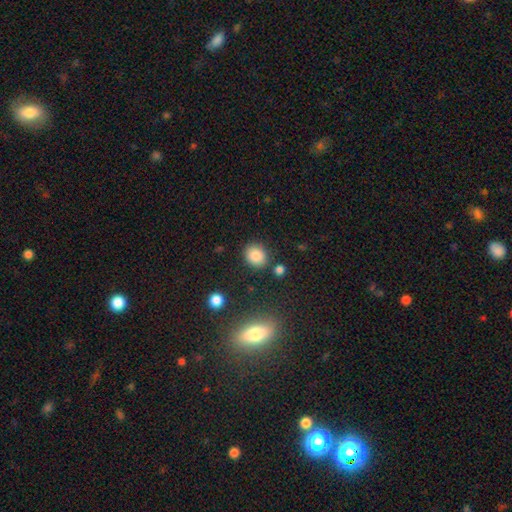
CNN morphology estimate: smooth 84%, star or artifact 11%, featured or disk 5%. Down the decision tree: how rounded — round (70%); merging — none (83%).